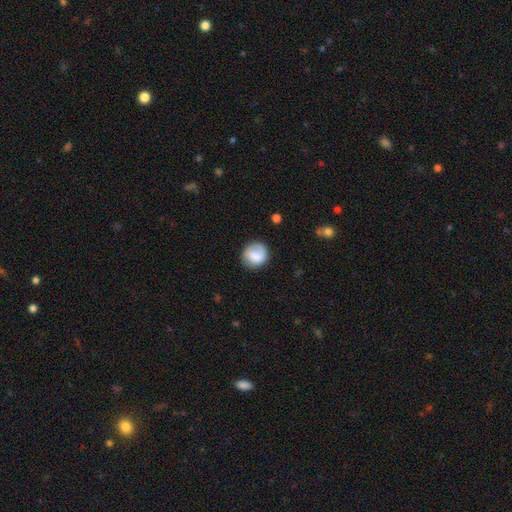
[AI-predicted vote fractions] smooth 73%, featured or disk 20%, star or artifact 7%. Down the decision tree: how rounded — round (82%); merging — none (75%).